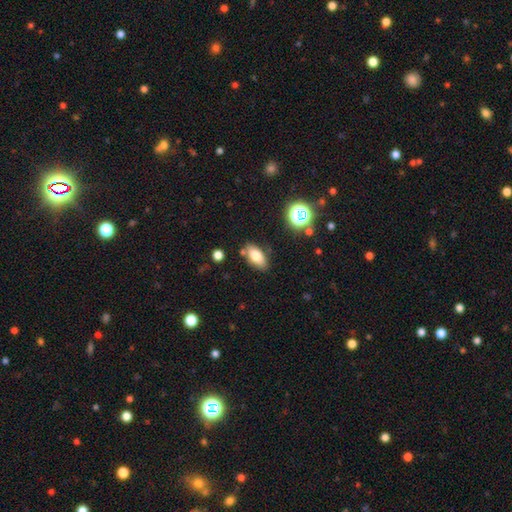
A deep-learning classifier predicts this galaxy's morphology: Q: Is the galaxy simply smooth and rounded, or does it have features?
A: smooth — 76%.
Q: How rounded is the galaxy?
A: in between — 88%.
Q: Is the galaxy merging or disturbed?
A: none — 78%.